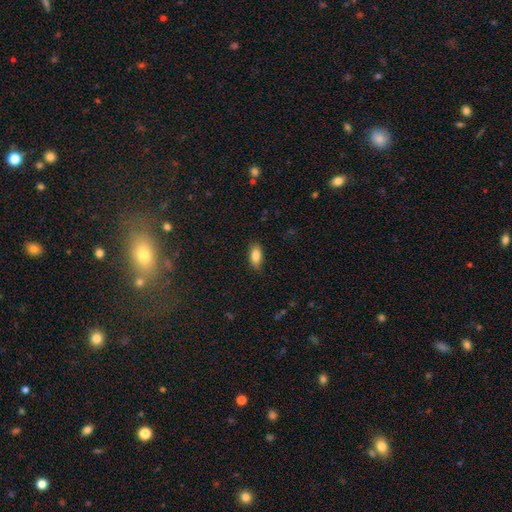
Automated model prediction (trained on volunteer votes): smooth 86%, star or artifact 7%, featured or disk 6%. Down the decision tree: how rounded — in between (88%); merging — none (85%).